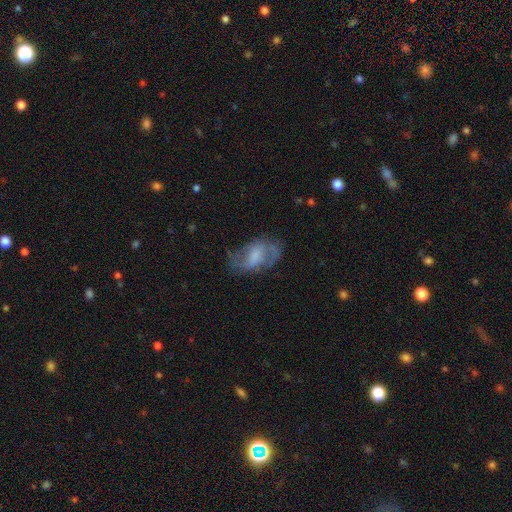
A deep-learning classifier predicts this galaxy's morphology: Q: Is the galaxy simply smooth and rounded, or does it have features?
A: featured or disk — 63%.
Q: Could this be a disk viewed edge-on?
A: no — 95%.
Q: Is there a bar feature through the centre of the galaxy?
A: weak — 49%.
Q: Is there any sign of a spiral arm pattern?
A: yes — 79%.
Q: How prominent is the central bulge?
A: moderate — 31%.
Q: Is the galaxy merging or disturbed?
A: none — 60%.